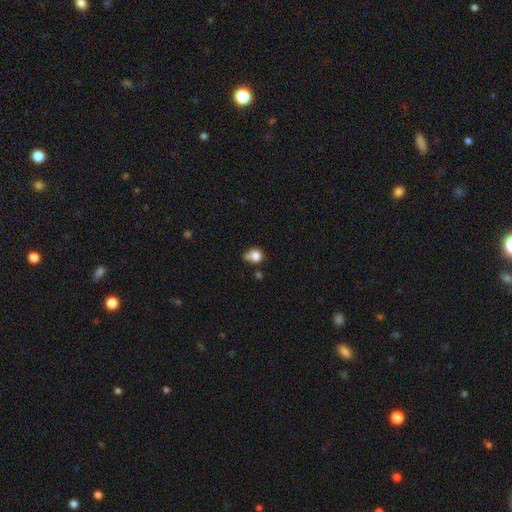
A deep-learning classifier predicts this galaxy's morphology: The model was most divided on "merging": none: 42%, minor disturbance: 31%, merger: 15%, major disturbance: 12%. More confident: smooth or featured — smooth (80%); how rounded — round (72%).